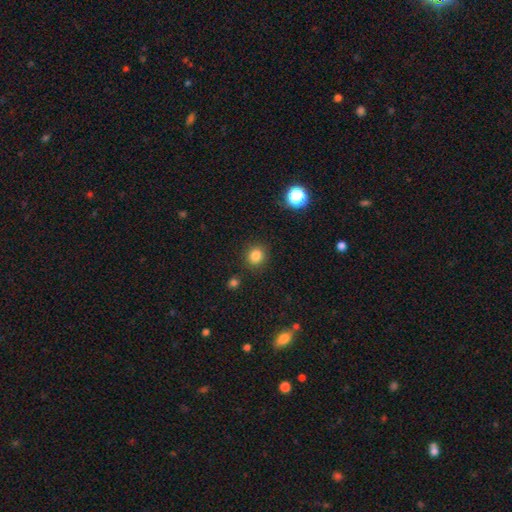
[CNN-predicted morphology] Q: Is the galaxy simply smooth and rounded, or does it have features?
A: smooth — 83%.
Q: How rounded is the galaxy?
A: round — 88%.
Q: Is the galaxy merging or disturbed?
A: none — 89%.